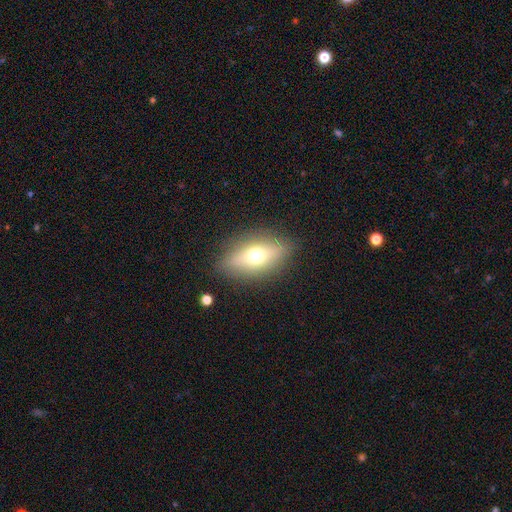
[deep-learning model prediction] Smooth or featured?
  - smooth: 53% *
  - featured or disk: 37%
  - star or artifact: 9%
How rounded?
  - in between: 73% *
  - cigar-shaped: 16%
  - round: 11%
Merging?
  - none: 85% *
  - minor disturbance: 11%
  - major disturbance: 3%
  - merger: 1%